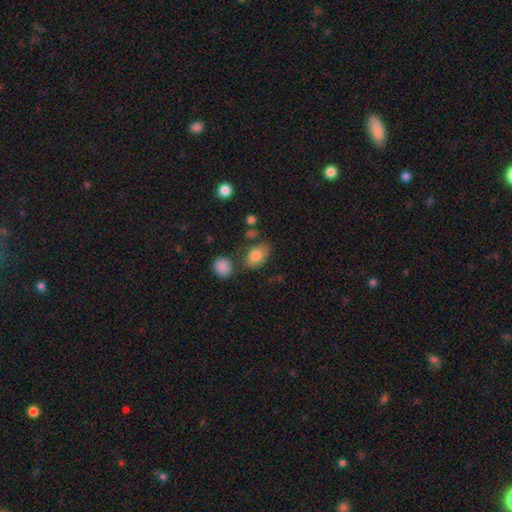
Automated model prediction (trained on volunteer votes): A smooth galaxy with no disk features (82%) that is in between round and cigar-shaped (84%). Merging: none (64%).